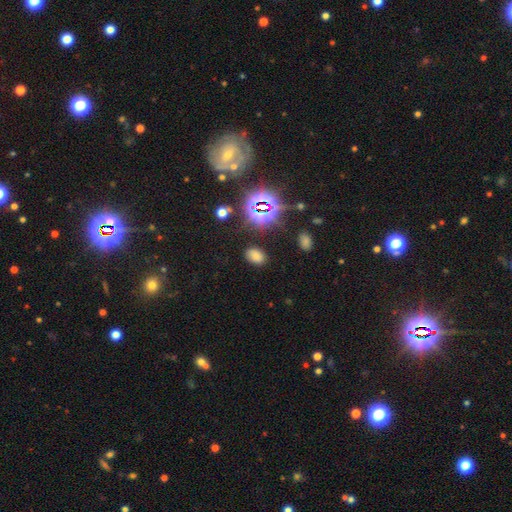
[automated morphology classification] A smooth galaxy with no disk features (65%) that is in between round and cigar-shaped (82%). Merging: none (84%).